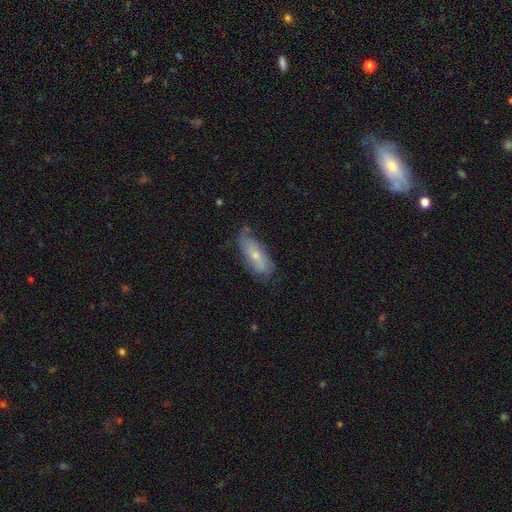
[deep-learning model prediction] Smooth or featured? smooth (54%)
How rounded? in between (64%)
Merging? none (63%)